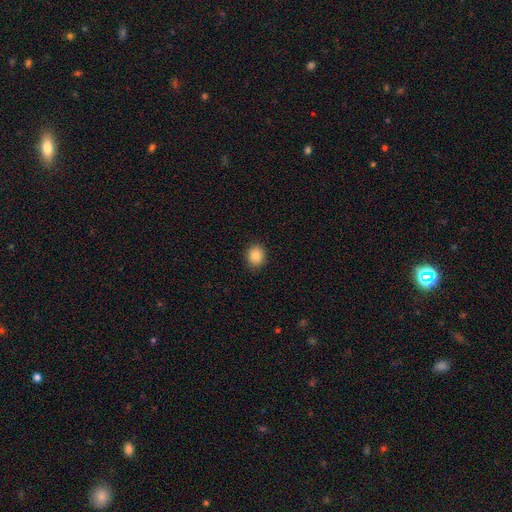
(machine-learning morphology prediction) Smooth or featured? Predicted: smooth (p=0.86). How rounded? Predicted: round (p=0.76). Merging? Predicted: none (p=0.90).